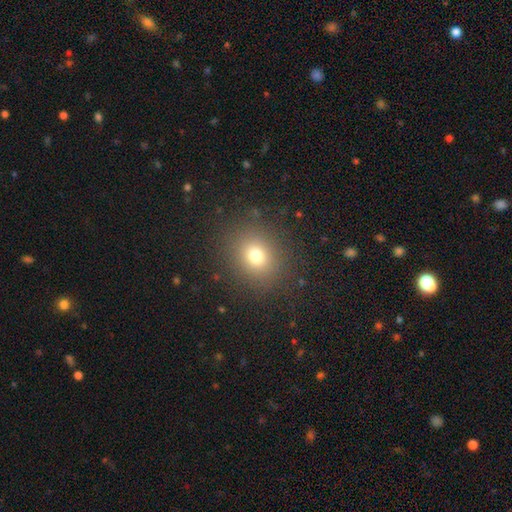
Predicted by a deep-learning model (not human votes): smooth 74%, star or artifact 16%, featured or disk 9%. Down the decision tree: how rounded — round (72%); merging — none (87%).